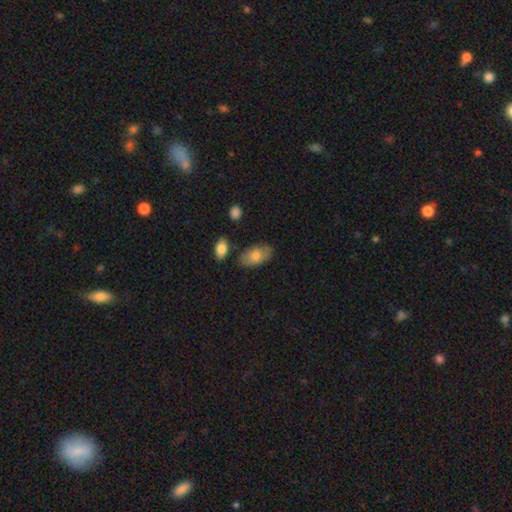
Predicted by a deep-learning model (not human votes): Smooth or featured?
  - smooth: 74% *
  - featured or disk: 19%
  - star or artifact: 7%
How rounded?
  - in between: 93% *
  - round: 5%
  - cigar-shaped: 2%
Merging?
  - none: 74% *
  - minor disturbance: 17%
  - merger: 5%
  - major disturbance: 4%